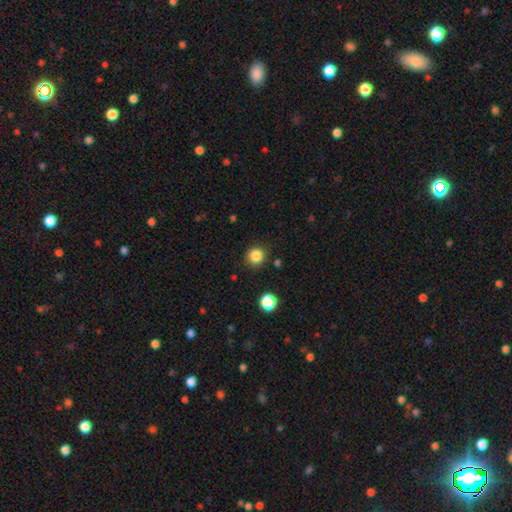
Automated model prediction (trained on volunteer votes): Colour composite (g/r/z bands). It shows a smooth galaxy with no disk features (84%) that is round (90%). Merging: none (88%).